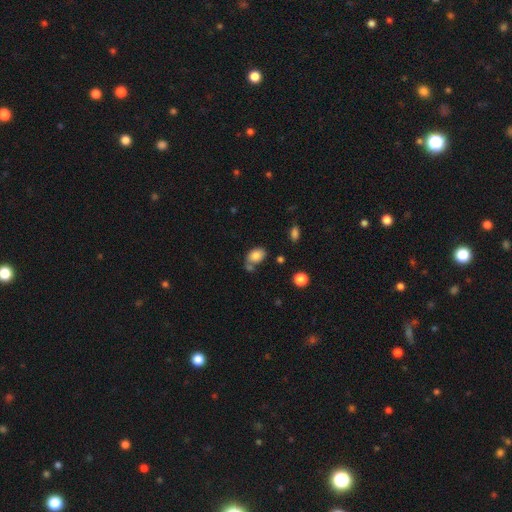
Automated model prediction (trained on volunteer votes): Q: Smooth or featured?
A: smooth (82%); runner-up: star or artifact (9%)
Q: How rounded?
A: in between (83%); runner-up: round (16%)
Q: Merging?
A: none (51%); runner-up: merger (23%)